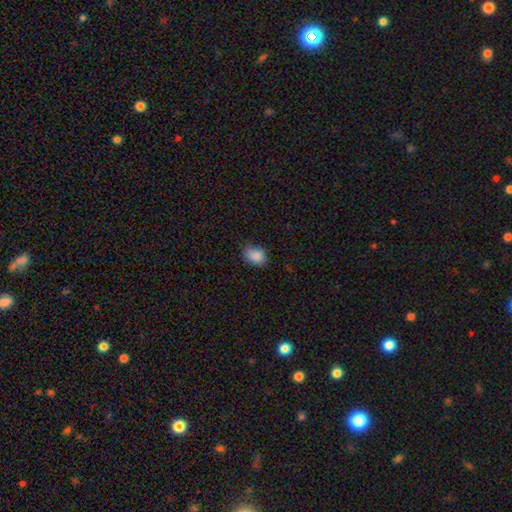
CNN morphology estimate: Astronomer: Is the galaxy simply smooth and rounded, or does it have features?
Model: smooth — 87%.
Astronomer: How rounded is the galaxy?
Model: in between — 69%.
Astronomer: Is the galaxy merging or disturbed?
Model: none — 67%.